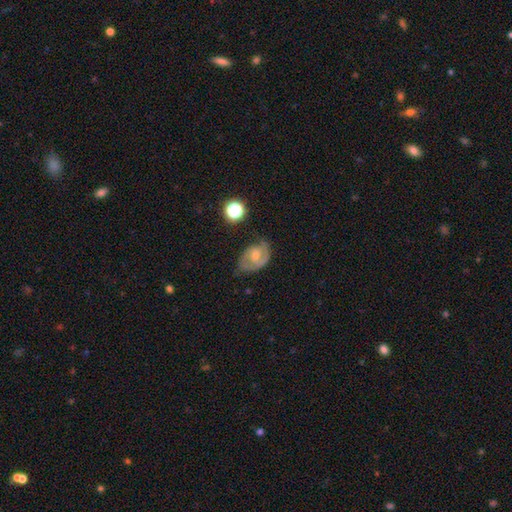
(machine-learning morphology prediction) Smooth or featured?
  - featured or disk: 73% *
  - smooth: 20%
  - star or artifact: 8%
Edge-on disk?
  - no: 97% *
  - yes: 3%
Bar?
  - no: 56% *
  - weak: 38%
  - strong: 7%
Spiral arms?
  - yes: 90% *
  - no: 10%
Spiral winding?
  - tight: 44% *
  - medium: 43%
  - loose: 13%
Spiral arm count?
  - 2: 67% *
  - 1: 15%
  - can't tell: 13%
  - 3: 3%
  - 4: 1%
  - more than 4: 1%
Bulge size?
  - small: 46% *
  - moderate: 44%
  - none: 6%
  - large: 3%
  - dominant: 1%
Merging?
  - none: 57% *
  - minor disturbance: 27%
  - major disturbance: 13%
  - merger: 2%